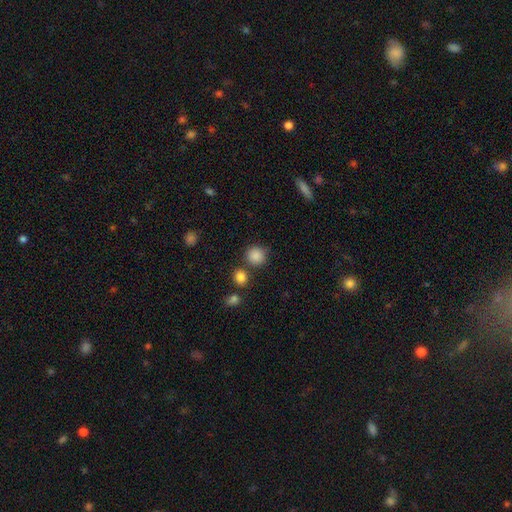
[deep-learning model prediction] A smooth galaxy with no disk features (86%) that is round (89%).

Vote fractions:
- Smooth or featured? smooth: 86% / star or artifact: 10% / featured or disk: 4%
- How rounded? round: 89% / in between: 10% / cigar-shaped: 1%
- Merging? none: 79% / merger: 9% / minor disturbance: 9% / major disturbance: 3%